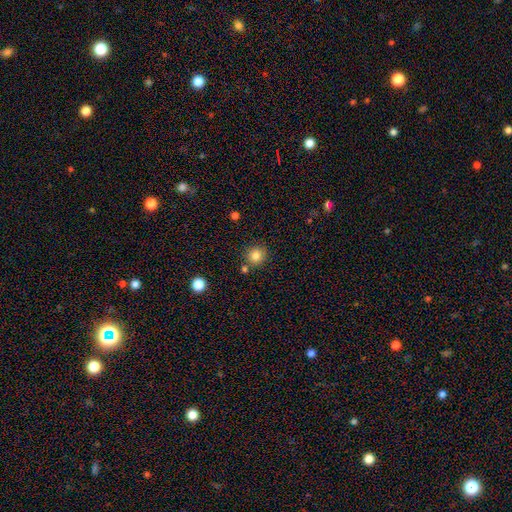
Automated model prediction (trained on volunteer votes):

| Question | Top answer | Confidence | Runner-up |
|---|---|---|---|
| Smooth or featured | smooth | 83% | star or artifact (11%) |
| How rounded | round | 88% | in between (11%) |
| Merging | none | 79% | minor disturbance (9%) |